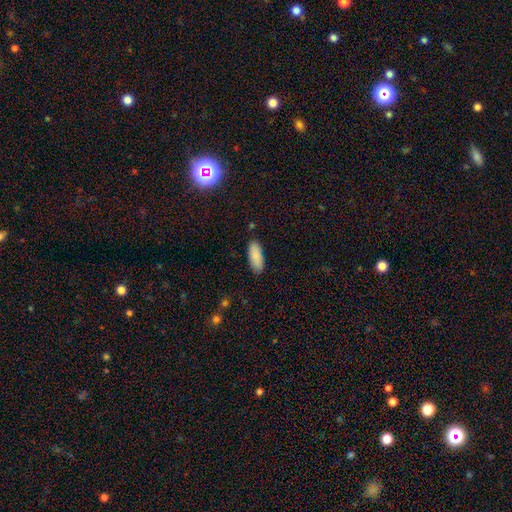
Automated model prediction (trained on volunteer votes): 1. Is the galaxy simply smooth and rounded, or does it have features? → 88% smooth, 6% star or artifact, 6% featured or disk.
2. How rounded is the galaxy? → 76% in between, 22% cigar-shaped, 2% round.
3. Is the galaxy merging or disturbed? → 87% none, 10% minor disturbance, 2% major disturbance, 1% merger.